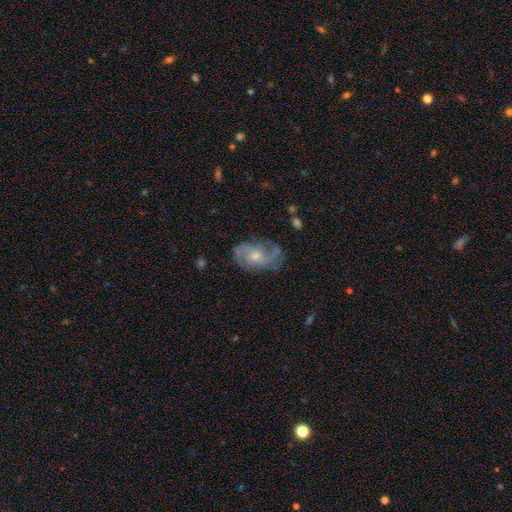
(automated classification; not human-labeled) Smooth or featured: featured or disk — 78% (smooth — 16%)
Edge-on disk: no — 96% (yes — 4%)
Bar: no — 68% (weak — 28%)
Spiral arms: yes — 91% (no — 9%)
Spiral winding: medium — 48% (loose — 27%)
Spiral arm count: 2 — 65% (can't tell — 14%)
Bulge size: moderate — 51% (small — 42%)
Merging: none — 70% (minor disturbance — 20%)